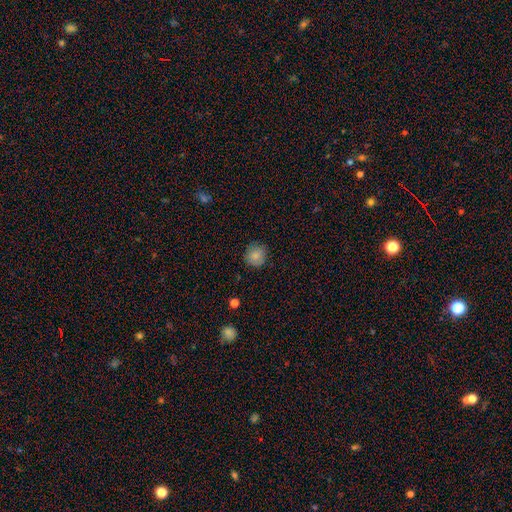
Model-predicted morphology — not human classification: Smooth or featured?
  - smooth: 83% *
  - star or artifact: 9%
  - featured or disk: 7%
How rounded?
  - round: 89% *
  - in between: 10%
  - cigar-shaped: 1%
Merging?
  - none: 83% *
  - minor disturbance: 13%
  - major disturbance: 3%
  - merger: 1%